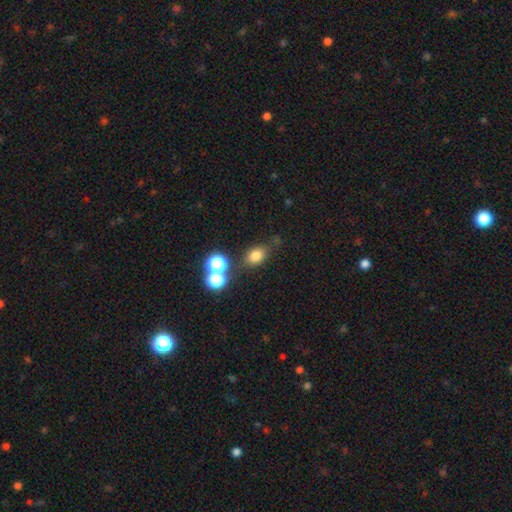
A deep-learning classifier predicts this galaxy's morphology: The model was most divided on "how rounded": in between: 60%, round: 38%, cigar-shaped: 2%. More confident: smooth or featured — smooth (76%); merging — none (68%).